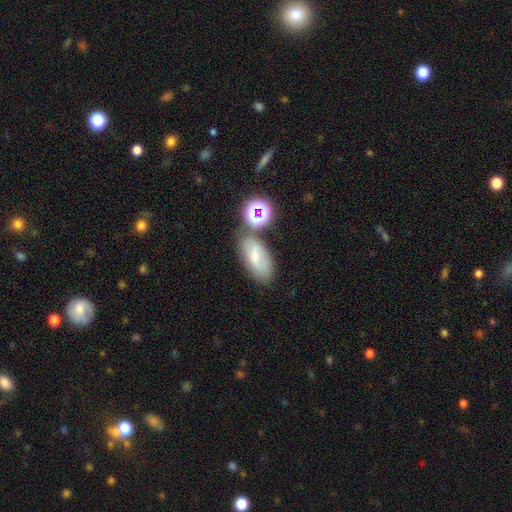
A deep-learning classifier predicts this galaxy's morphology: This appears to be a smooth galaxy with no disk features (59%) that is in between round and cigar-shaped (84%). Merging: none (61%).